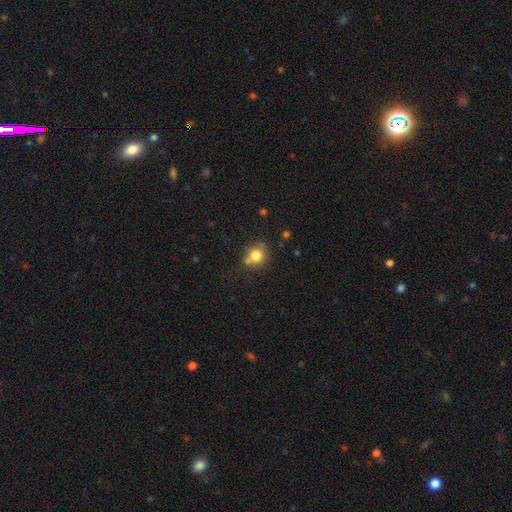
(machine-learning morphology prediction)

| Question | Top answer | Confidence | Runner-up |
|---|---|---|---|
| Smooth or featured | smooth | 79% | star or artifact (11%) |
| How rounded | round | 81% | in between (18%) |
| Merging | none | 60% | merger (18%) |